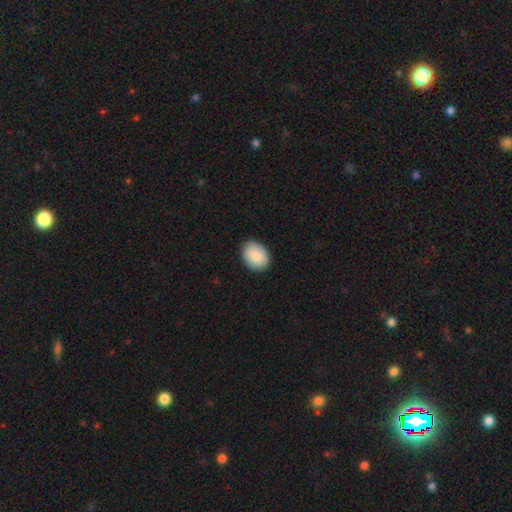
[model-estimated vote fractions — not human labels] Morphology: type=smooth (89%); roundness=in between (65%); merging=none (87%).